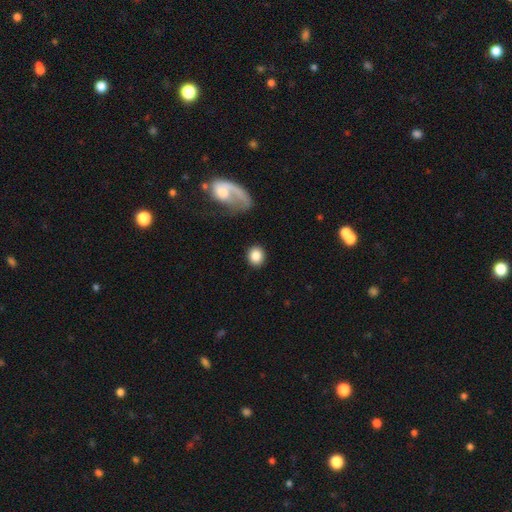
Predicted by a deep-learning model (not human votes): Smooth or featured? Predicted: smooth (p=0.83). How rounded? Predicted: round (p=0.79). Merging? Predicted: none (p=0.86).